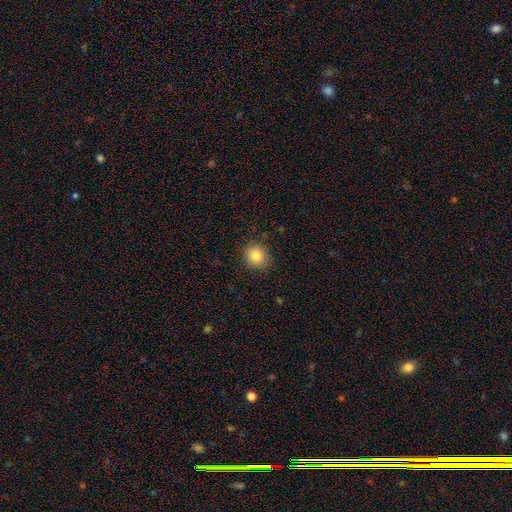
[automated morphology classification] A smooth galaxy with no disk features (84%) that is round (82%).

Vote fractions:
- Smooth or featured? smooth: 84% / star or artifact: 10% / featured or disk: 6%
- How rounded? round: 82% / in between: 17% / cigar-shaped: 1%
- Merging? none: 86% / minor disturbance: 10% / major disturbance: 3% / merger: 1%